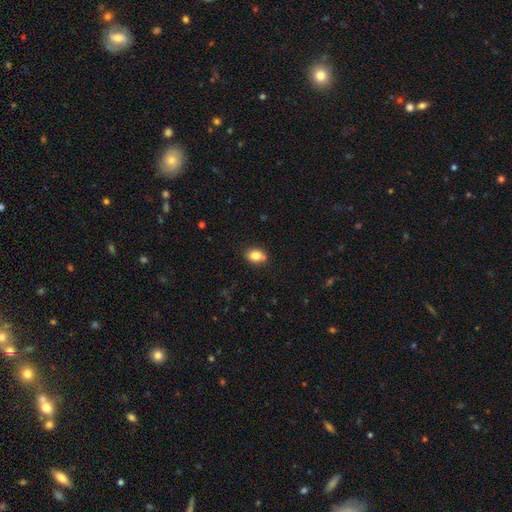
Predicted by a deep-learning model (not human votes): Morphology: type=smooth (84%); roundness=in between (73%); merging=none (77%).